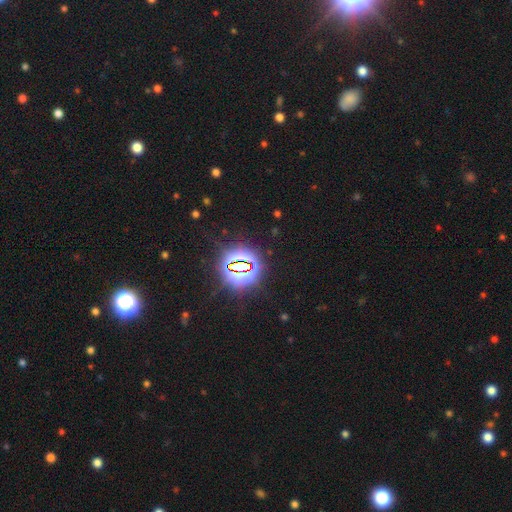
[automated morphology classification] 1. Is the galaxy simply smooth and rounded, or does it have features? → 82% star or artifact, 11% smooth, 7% featured or disk.